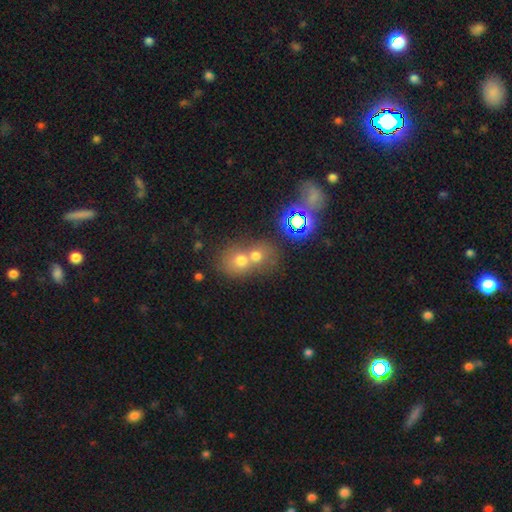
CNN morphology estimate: Q: Smooth or featured?
A: smooth (64%); runner-up: star or artifact (20%)
Q: How rounded?
A: round (73%); runner-up: in between (25%)
Q: Merging?
A: merger (64%); runner-up: none (28%)